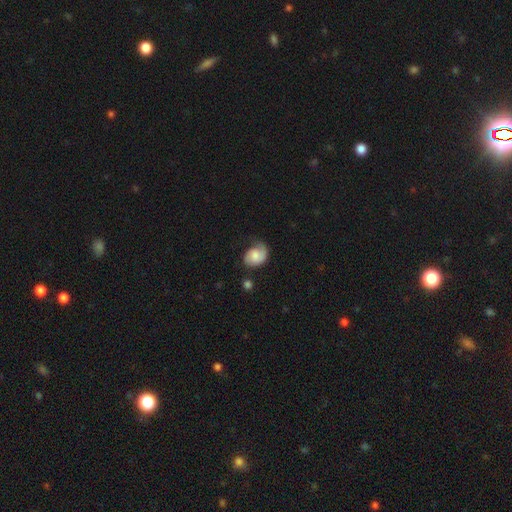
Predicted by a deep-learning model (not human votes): Smooth or featured? featured or disk (47%)
Merging? none (45%)